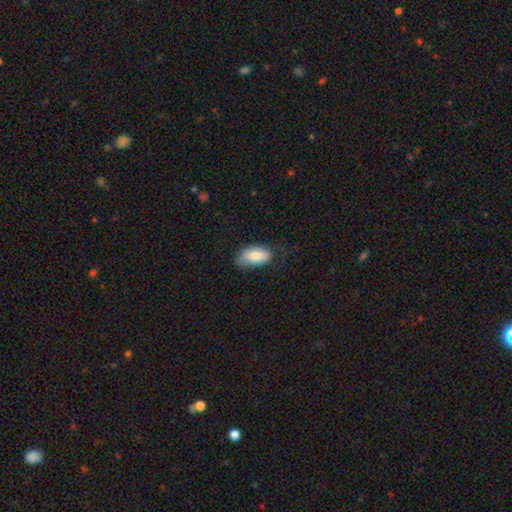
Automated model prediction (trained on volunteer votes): Morphology: type=smooth (80%); roundness=in between (94%); merging=none (57%).